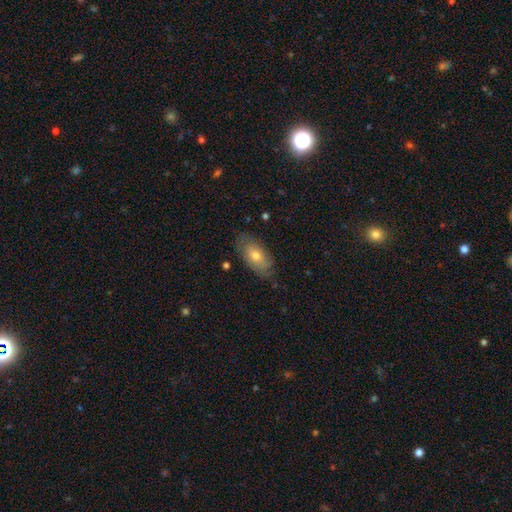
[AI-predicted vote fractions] Smooth or featured?
  - smooth: 60% *
  - featured or disk: 32%
  - star or artifact: 7%
How rounded?
  - in between: 89% *
  - cigar-shaped: 6%
  - round: 4%
Merging?
  - none: 76% *
  - minor disturbance: 18%
  - major disturbance: 4%
  - merger: 1%